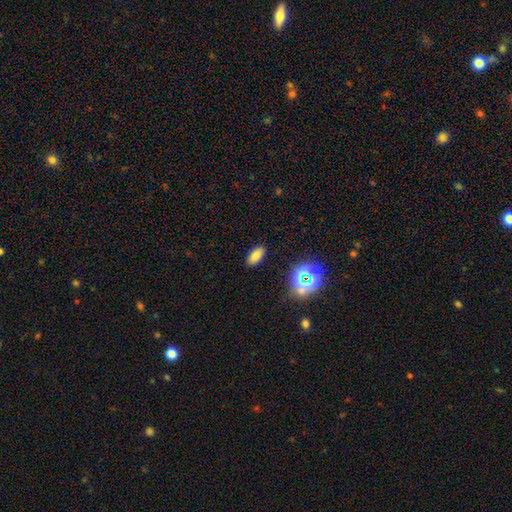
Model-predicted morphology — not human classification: Smooth or featured: smooth — 76% (star or artifact — 17%)
How rounded: in between — 88% (cigar-shaped — 6%)
Merging: none — 88% (minor disturbance — 8%)